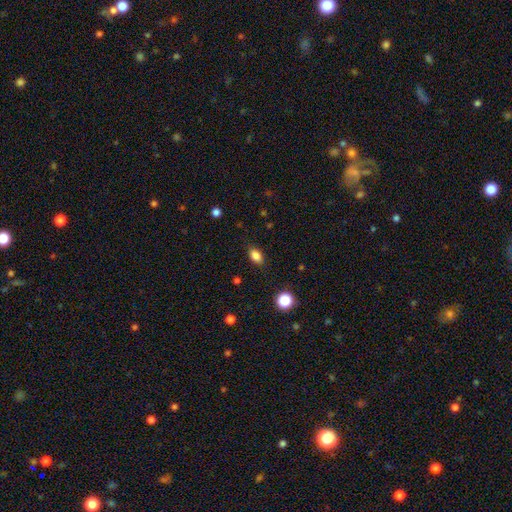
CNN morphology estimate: A smooth galaxy with no disk features (84%) that is in between round and cigar-shaped (86%). Merging: none (87%).